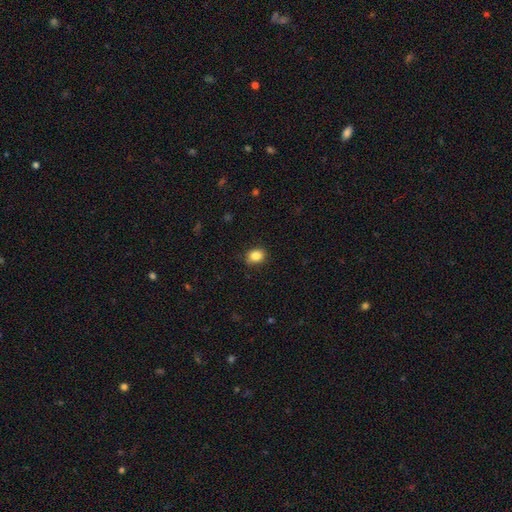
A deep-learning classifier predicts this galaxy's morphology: Smooth or featured? Predicted: smooth (p=0.86). How rounded? Predicted: in between (p=0.60). Merging? Predicted: none (p=0.84).